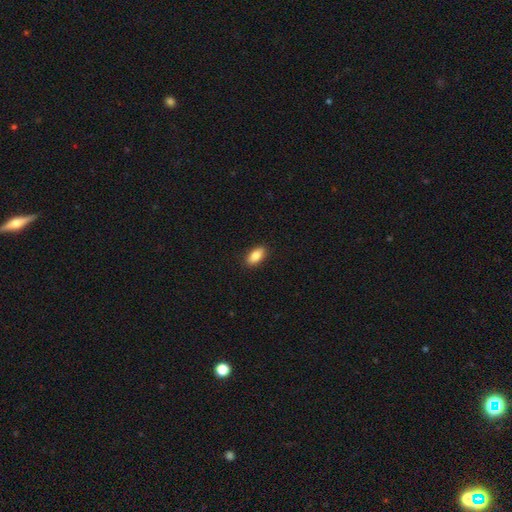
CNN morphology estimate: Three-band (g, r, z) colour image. It shows a smooth galaxy with no disk features (86%) that is in between round and cigar-shaped (90%). Merging: none (89%).